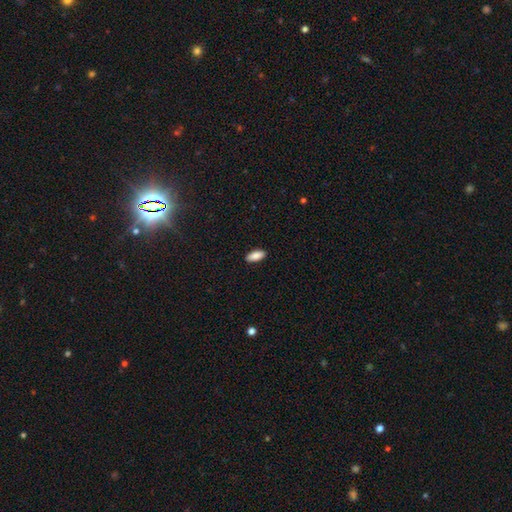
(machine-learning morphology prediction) A smooth galaxy with no disk features (88%) that is in between round and cigar-shaped (84%). Merging: none (90%).